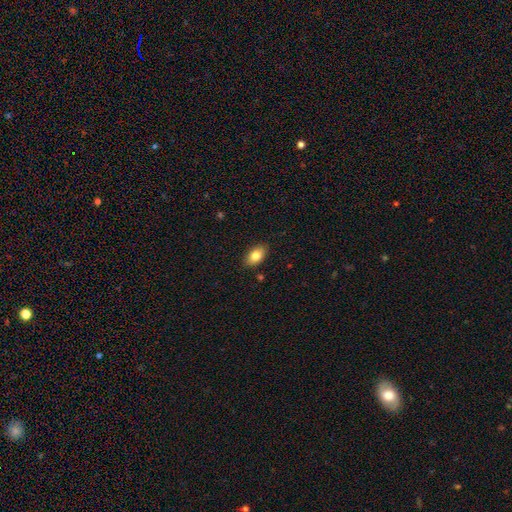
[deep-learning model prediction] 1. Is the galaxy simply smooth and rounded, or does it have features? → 82% smooth, 10% featured or disk, 7% star or artifact.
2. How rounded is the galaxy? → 91% in between, 6% round, 2% cigar-shaped.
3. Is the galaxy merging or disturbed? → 87% none, 10% minor disturbance, 2% major disturbance, 1% merger.